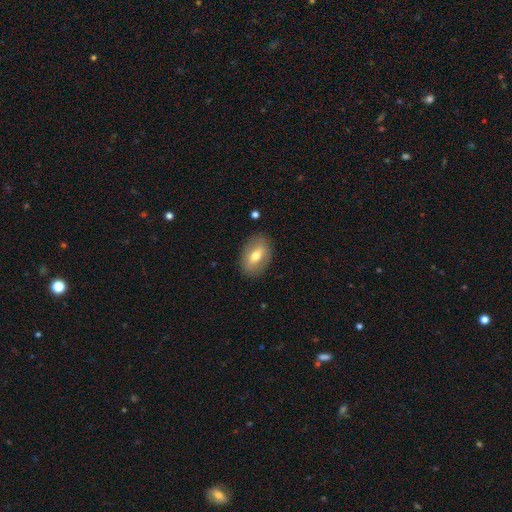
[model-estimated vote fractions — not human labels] Smooth or featured?
  - smooth: 59% *
  - featured or disk: 33%
  - star or artifact: 7%
How rounded?
  - in between: 84% *
  - round: 12%
  - cigar-shaped: 3%
Merging?
  - none: 85% *
  - minor disturbance: 11%
  - major disturbance: 3%
  - merger: 1%